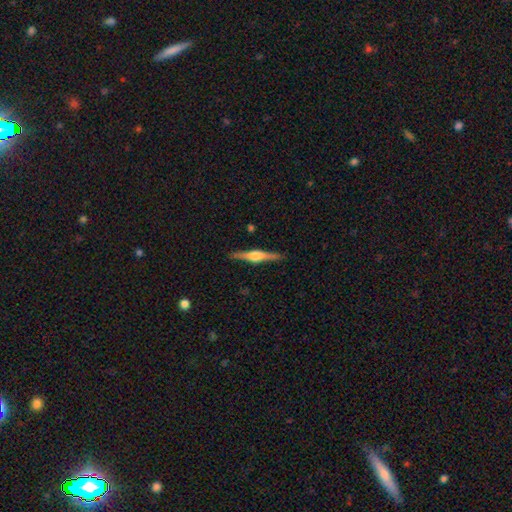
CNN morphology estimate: featured or disk 72%, smooth 22%, star or artifact 5%. Down the decision tree: edge-on disk — yes (98%); edge-on bulge — rounded (89%); merging — none (90%).